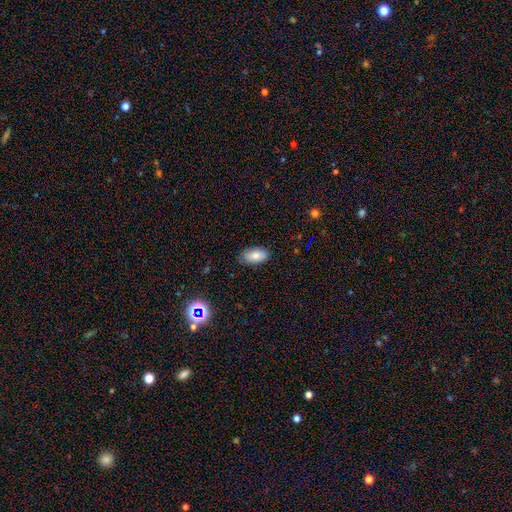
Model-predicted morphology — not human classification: smooth_or_featured: smooth (p=0.82) [alt: featured or disk p=0.10]
how_rounded: in between (p=0.93) [alt: cigar-shaped p=0.03]
merging: none (p=0.82) [alt: minor disturbance p=0.14]